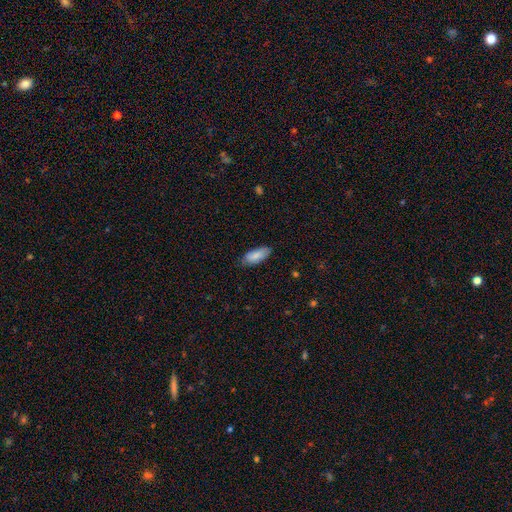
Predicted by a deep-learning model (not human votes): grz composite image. It shows a smooth galaxy with no disk features (84%) that is in between round and cigar-shaped (84%). Merging: none (77%).